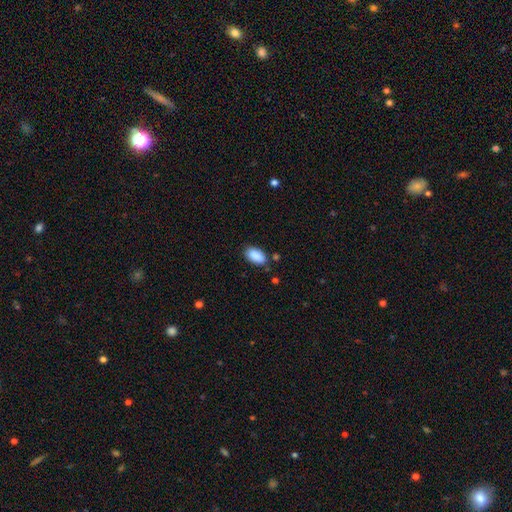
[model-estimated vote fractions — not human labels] Smooth or featured? Predicted: smooth (p=0.90). How rounded? Predicted: in between (p=0.93). Merging? Predicted: none (p=0.80).